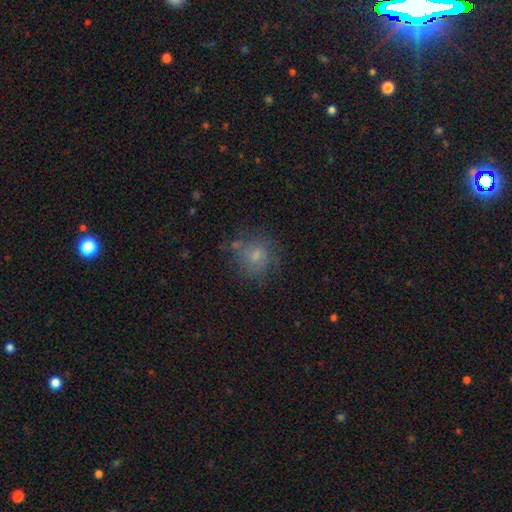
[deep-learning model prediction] smooth-or-featured: smooth: 53% | featured or disk: 35% | star or artifact: 12%
  how-rounded: round: 79% | in between: 20% | cigar-shaped: 1%
  merging: none: 61% | minor disturbance: 21% | major disturbance: 14% | merger: 4%